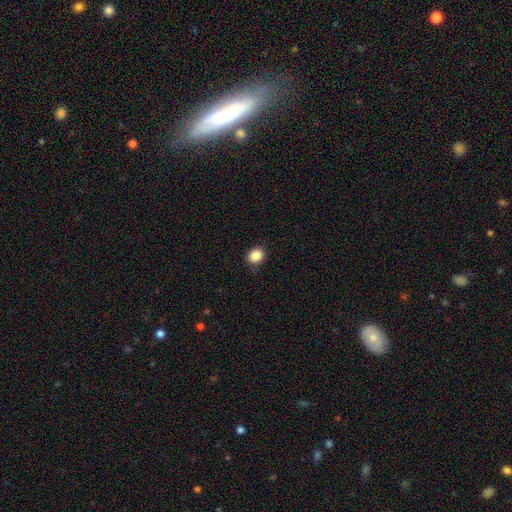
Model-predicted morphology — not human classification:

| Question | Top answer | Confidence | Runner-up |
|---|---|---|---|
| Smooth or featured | smooth | 87% | star or artifact (9%) |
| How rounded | round | 63% | in between (36%) |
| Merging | none | 80% | minor disturbance (16%) |